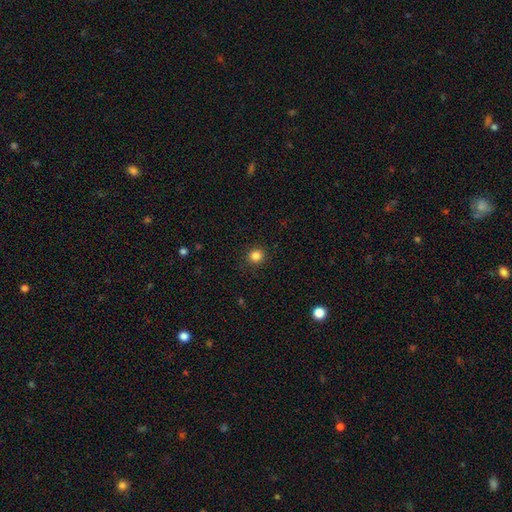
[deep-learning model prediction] Overall: smooth (83%). How rounded: round (92%). Merging: none (91%).